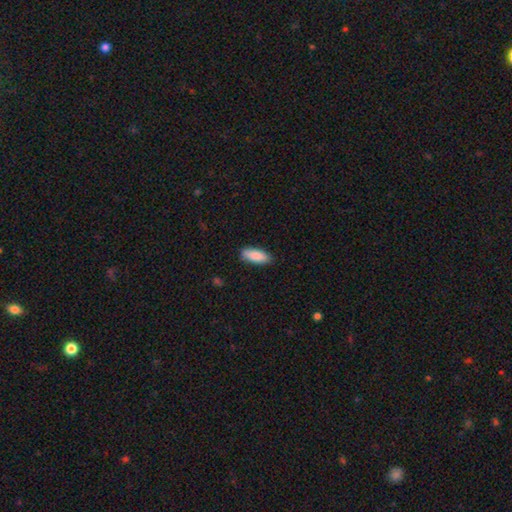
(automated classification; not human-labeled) This appears to be a smooth galaxy with no disk features (88%) that is in between round and cigar-shaped (75%). Merging: none (86%).